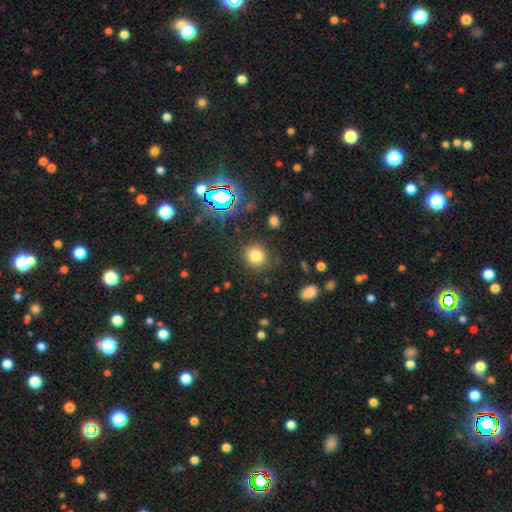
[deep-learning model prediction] smooth-or-featured: smooth: 76% | star or artifact: 17% | featured or disk: 7%
  how-rounded: round: 84% | in between: 15% | cigar-shaped: 1%
  merging: none: 84% | minor disturbance: 10% | major disturbance: 4% | merger: 2%